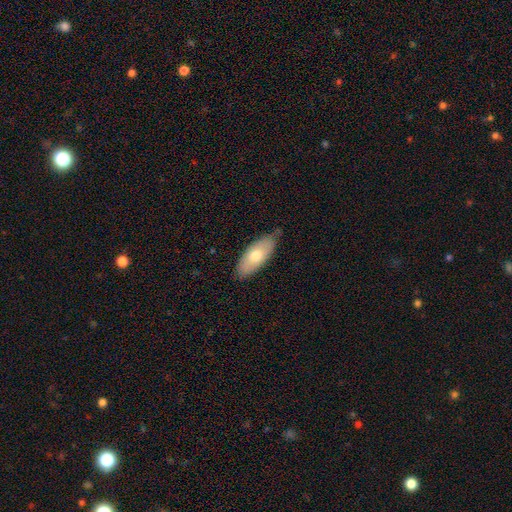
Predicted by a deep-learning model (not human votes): A smooth galaxy with no disk features (68%) that is in between round and cigar-shaped (83%). Merging: none (80%).